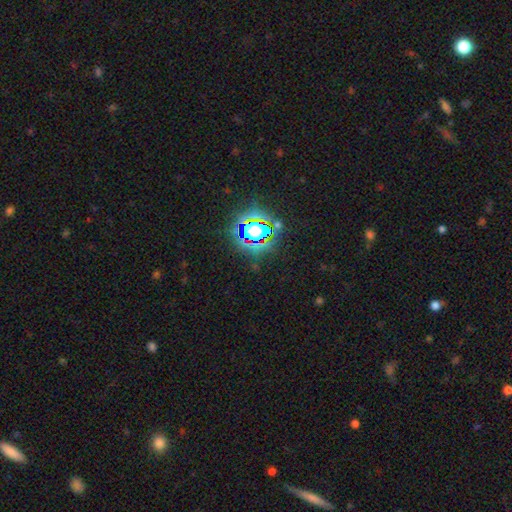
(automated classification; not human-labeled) Q: Smooth or featured?
A: star or artifact (76%); runner-up: smooth (15%)